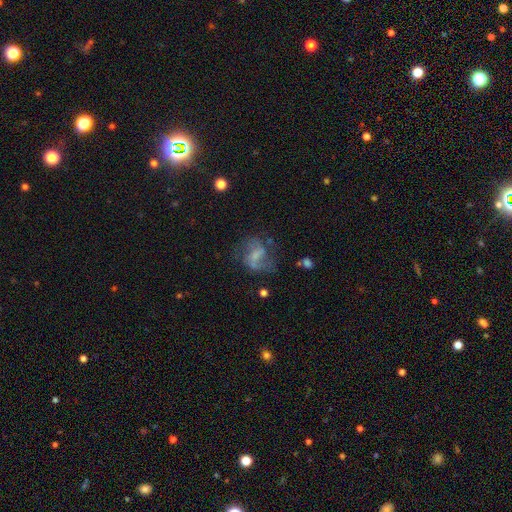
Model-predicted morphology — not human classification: featured or disk 60%, smooth 28%, star or artifact 12%. Down the decision tree: edge-on disk — no (97%); bar — weak (46%); spiral arms — yes (71%); bulge size — none (37%); merging — none (47%).